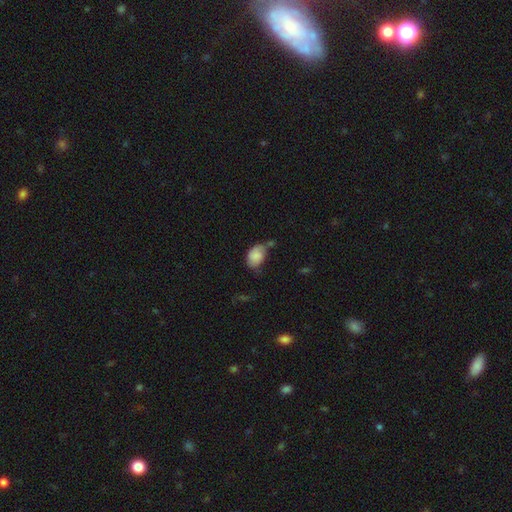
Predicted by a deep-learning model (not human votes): smooth-or-featured: smooth: 81% | featured or disk: 11% | star or artifact: 8%
  how-rounded: in between: 78% | round: 21% | cigar-shaped: 1%
  merging: none: 40% | minor disturbance: 35% | major disturbance: 13% | merger: 12%